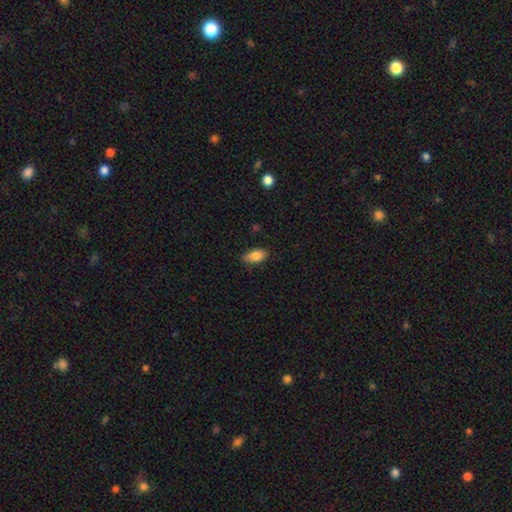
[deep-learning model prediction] Overall: smooth (83%). How rounded: in between (90%). Merging: none (79%).